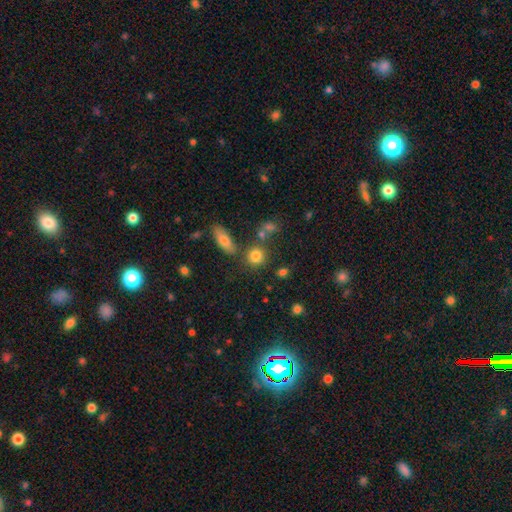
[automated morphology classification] smooth_or_featured: smooth (p=0.79) [alt: star or artifact p=0.12]
how_rounded: round (p=0.79) [alt: in between p=0.18]
merging: none (p=0.70) [alt: merger p=0.14]